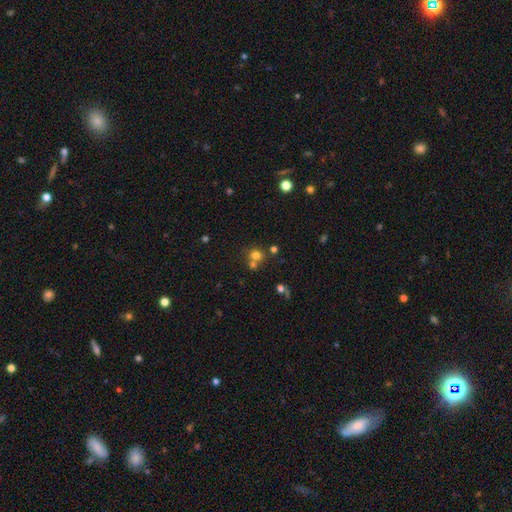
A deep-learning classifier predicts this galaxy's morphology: Smooth or featured? Predicted: smooth (p=0.71). How rounded? Predicted: round (p=0.85). Merging? Predicted: none (p=0.54).